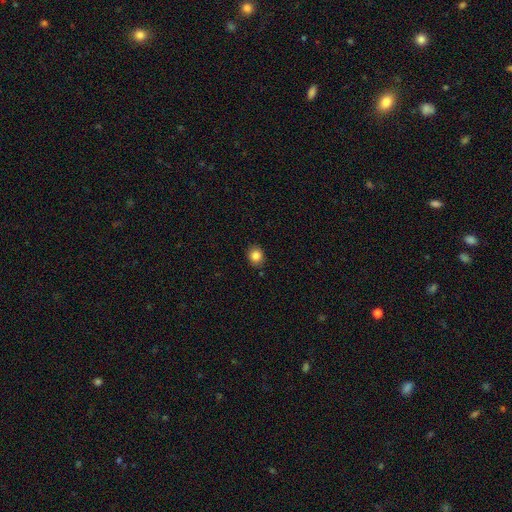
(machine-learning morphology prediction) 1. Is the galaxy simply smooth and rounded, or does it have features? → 84% smooth, 11% star or artifact, 5% featured or disk.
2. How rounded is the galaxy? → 74% round, 25% in between, 1% cigar-shaped.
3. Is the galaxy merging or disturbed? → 88% none, 9% minor disturbance, 2% major disturbance, 2% merger.